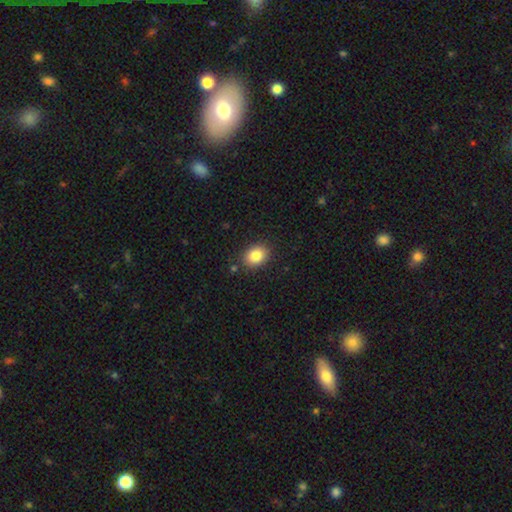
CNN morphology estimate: Overall: smooth (85%). How rounded: in between (61%; round 38%). Merging: none (86%).